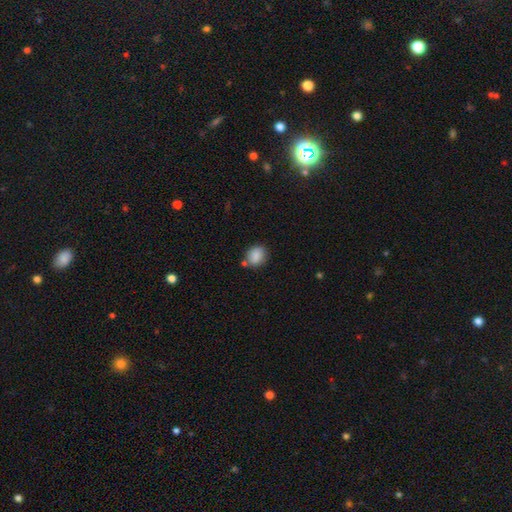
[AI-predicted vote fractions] smooth 85%, star or artifact 8%, featured or disk 6%. Down the decision tree: how rounded — round (54%); merging — none (71%).